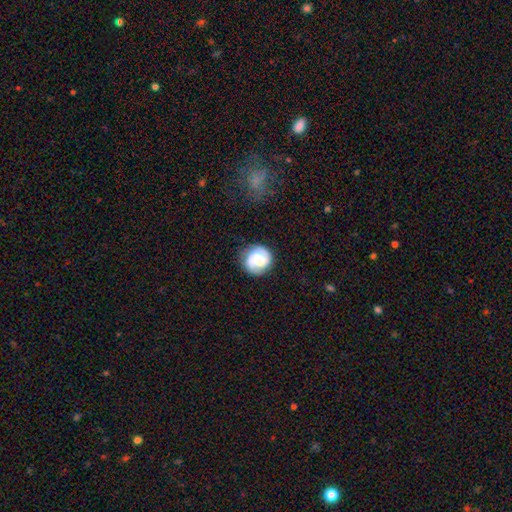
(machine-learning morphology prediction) This is likely a featured or disk galaxy (67%). It is clearly not viewed edge-on (98%). Bar: possibly weak (47%). Spiral arm pattern: clearly yes (89%). Spiral arm count: likely 2 (77%). Spiral winding: marginally medium (41%). Central bulge: marginally moderate (41%). Merging: likely none (76%).